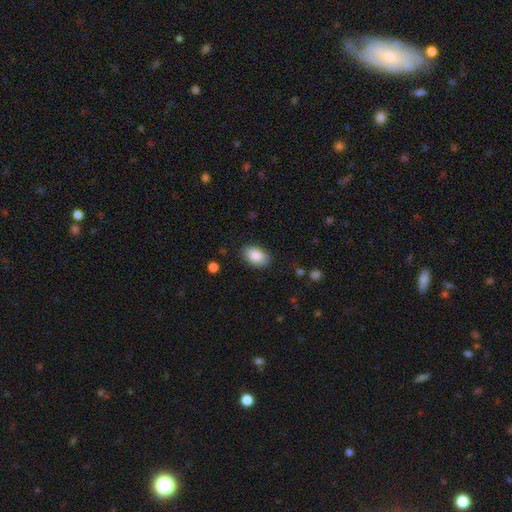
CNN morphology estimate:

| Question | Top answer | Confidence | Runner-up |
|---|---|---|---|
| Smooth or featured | smooth | 88% | star or artifact (6%) |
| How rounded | in between | 90% | round (9%) |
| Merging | none | 86% | minor disturbance (11%) |